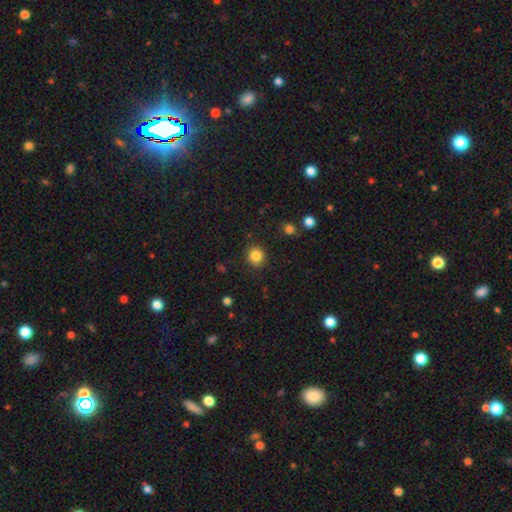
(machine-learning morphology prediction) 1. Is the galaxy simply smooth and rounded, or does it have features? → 85% smooth, 11% star or artifact, 5% featured or disk.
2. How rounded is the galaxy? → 86% round, 13% in between, 1% cigar-shaped.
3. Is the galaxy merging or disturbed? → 87% none, 9% minor disturbance, 3% major disturbance, 2% merger.